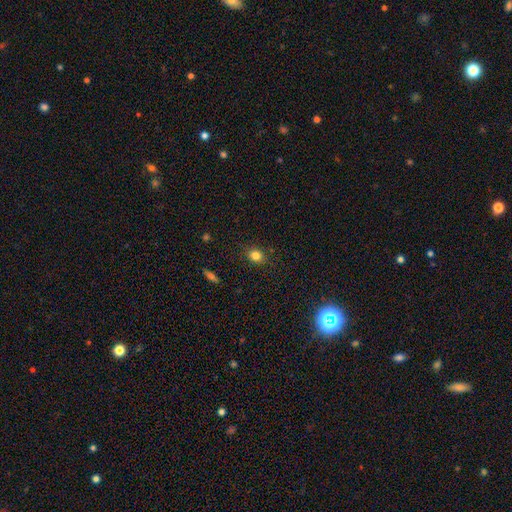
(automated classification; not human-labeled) Smooth or featured? smooth (80%)
How rounded? round (60%)
Merging? none (86%)